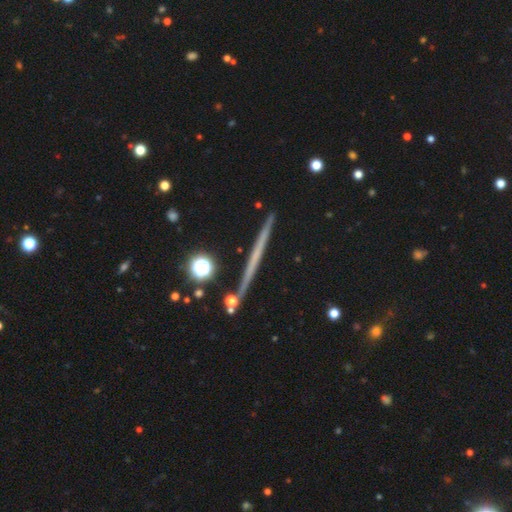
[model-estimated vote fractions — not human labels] Overall: featured or disk (62%; smooth 30%). Edge-on disk: yes (98%). Edge-on bulge: none (88%). Merging: none (90%).